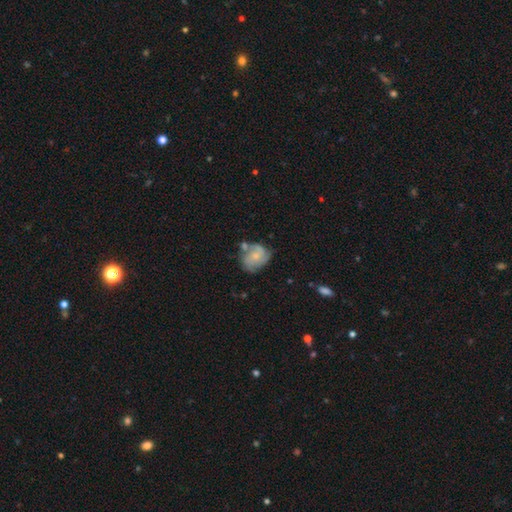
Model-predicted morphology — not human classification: Smooth or featured?
  - featured or disk: 56% *
  - smooth: 37%
  - star or artifact: 7%
Edge-on disk?
  - no: 98% *
  - yes: 2%
Bar?
  - no: 79% *
  - weak: 19%
  - strong: 3%
Spiral arms?
  - yes: 79% *
  - no: 21%
Bulge size?
  - small: 63% *
  - moderate: 30%
  - none: 5%
  - large: 2%
  - dominant: 1%
Merging?
  - none: 49% *
  - minor disturbance: 26%
  - merger: 14%
  - major disturbance: 10%